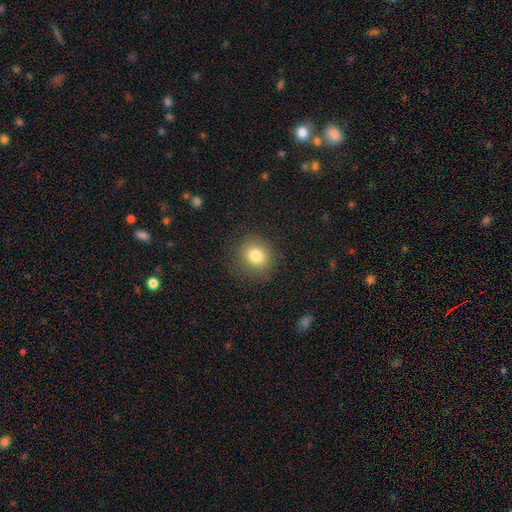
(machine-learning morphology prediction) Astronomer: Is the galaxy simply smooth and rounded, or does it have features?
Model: smooth — 81%.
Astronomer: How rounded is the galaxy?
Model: round — 81%.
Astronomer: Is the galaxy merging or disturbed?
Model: none — 85%.